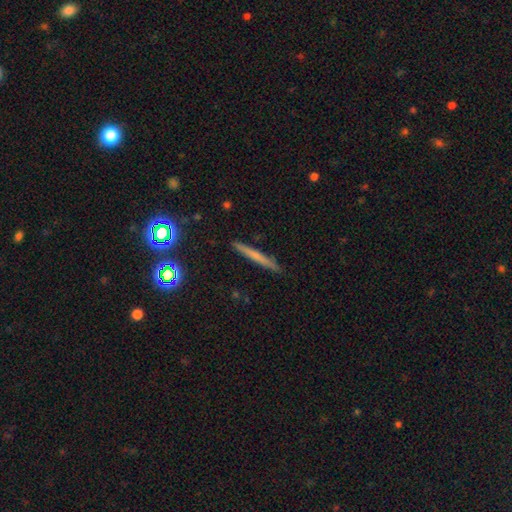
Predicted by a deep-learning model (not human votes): smooth_or_featured: smooth (p=0.53) [alt: featured or disk p=0.37]
how_rounded: cigar-shaped (p=0.95) [alt: in between p=0.03]
merging: none (p=0.91) [alt: minor disturbance p=0.06]